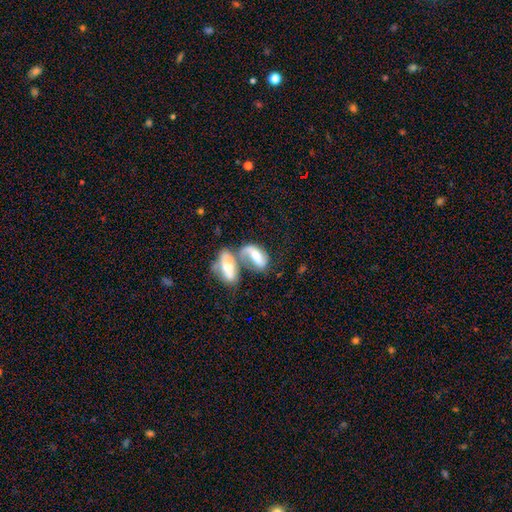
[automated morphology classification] A featured or disk galaxy (50%). Merging: merger (68%).